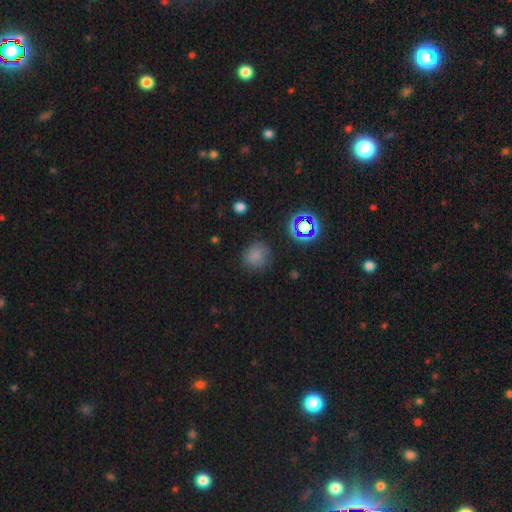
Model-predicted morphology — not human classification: Q: Smooth or featured?
A: smooth (73%); runner-up: star or artifact (20%)
Q: How rounded?
A: round (87%); runner-up: in between (13%)
Q: Merging?
A: none (78%); runner-up: minor disturbance (15%)